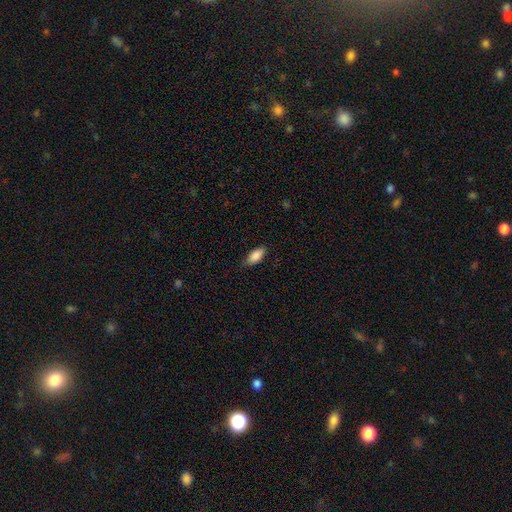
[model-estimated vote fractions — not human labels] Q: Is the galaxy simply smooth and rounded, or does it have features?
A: smooth — 85%.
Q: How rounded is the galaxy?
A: in between — 83%.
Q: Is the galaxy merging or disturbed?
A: none — 78%.